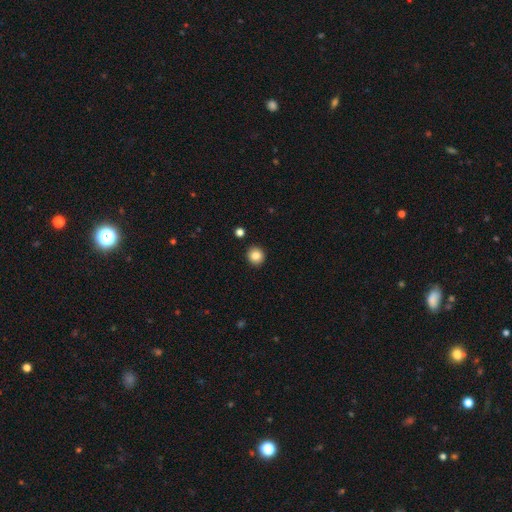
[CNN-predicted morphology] This is clearly a smooth galaxy (86%). How rounded: clearly round (88%). Merging: clearly none (91%).